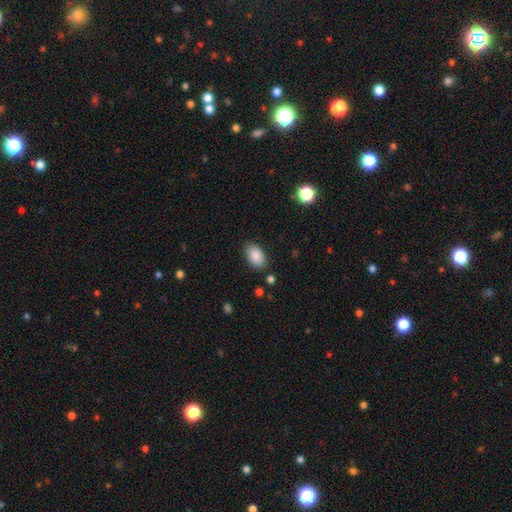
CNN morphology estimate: Q: Smooth or featured?
A: smooth (88%); runner-up: star or artifact (7%)
Q: How rounded?
A: in between (91%); runner-up: round (8%)
Q: Merging?
A: none (84%); runner-up: minor disturbance (11%)